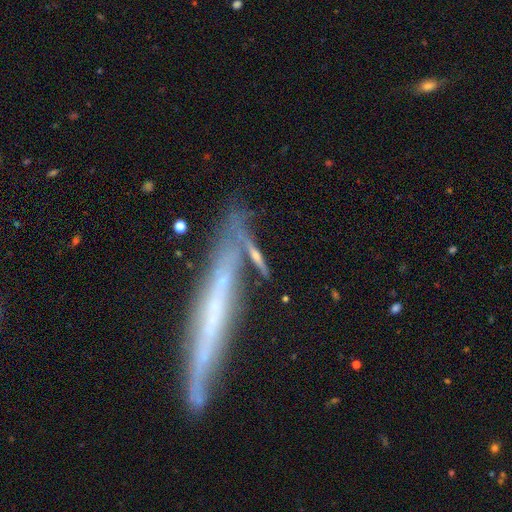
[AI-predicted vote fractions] featured or disk 50%, smooth 38%, star or artifact 13%. Down the decision tree: merging — none (59%).